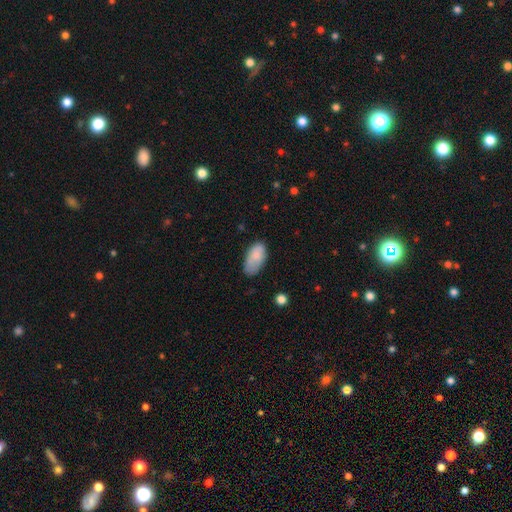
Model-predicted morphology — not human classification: This appears to be a smooth galaxy with no disk features (80%) that is in between round and cigar-shaped (93%). Merging: none (63%).